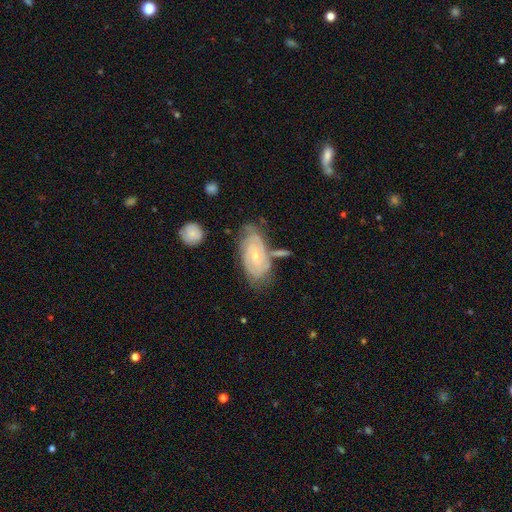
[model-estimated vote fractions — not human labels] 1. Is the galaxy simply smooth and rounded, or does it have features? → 83% featured or disk, 11% smooth, 6% star or artifact.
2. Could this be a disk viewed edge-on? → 95% no, 5% yes.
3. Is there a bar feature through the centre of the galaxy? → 62% no, 30% weak, 8% strong.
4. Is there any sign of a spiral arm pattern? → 96% yes, 4% no.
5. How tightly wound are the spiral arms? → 73% tight, 23% medium, 5% loose.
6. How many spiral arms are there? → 50% 2, 22% can't tell, 17% 3, 5% 4, 3% 1, 3% more than 4.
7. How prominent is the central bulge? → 68% small, 29% moderate, 2% none, 1% large, 1% dominant.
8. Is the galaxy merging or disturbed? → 61% none, 22% minor disturbance, 9% merger, 8% major disturbance.